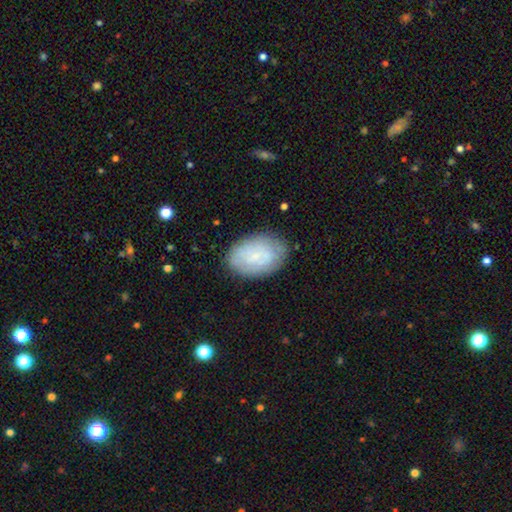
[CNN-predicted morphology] smooth-or-featured: smooth: 55% | featured or disk: 37% | star or artifact: 8%
  how-rounded: in between: 86% | round: 13% | cigar-shaped: 1%
  merging: none: 78% | minor disturbance: 16% | major disturbance: 5% | merger: 1%